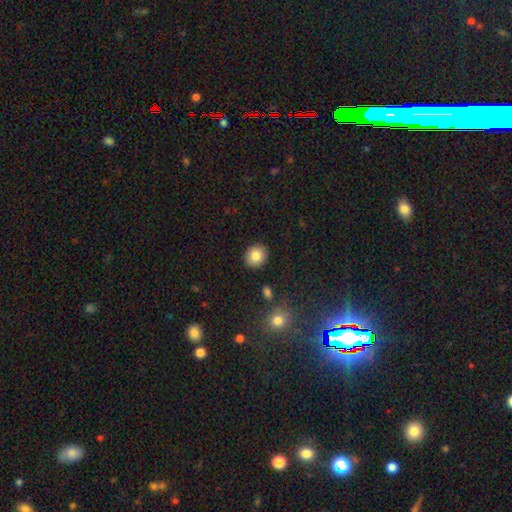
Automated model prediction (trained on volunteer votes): A smooth galaxy with no disk features (82%) that is round (77%).

Vote fractions:
- Smooth or featured? smooth: 82% / star or artifact: 9% / featured or disk: 9%
- How rounded? round: 77% / in between: 22% / cigar-shaped: 1%
- Merging? none: 90% / minor disturbance: 6% / major disturbance: 2% / merger: 2%